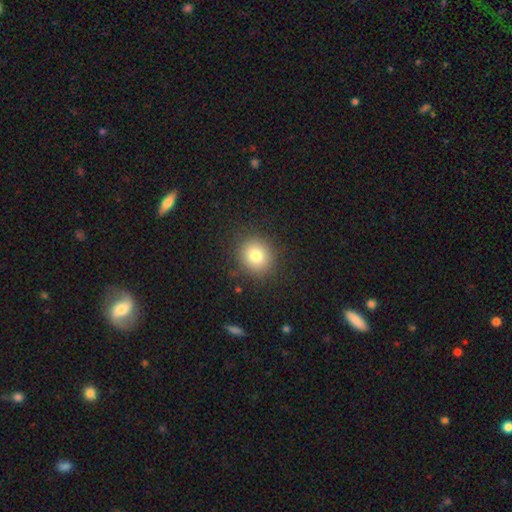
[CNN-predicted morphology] The model was most divided on "how rounded": round: 82%, in between: 17%, cigar-shaped: 1%. More confident: merging — none (87%); smooth or featured — smooth (80%).